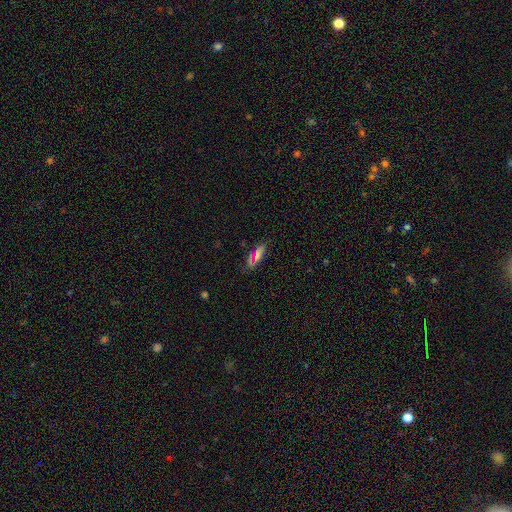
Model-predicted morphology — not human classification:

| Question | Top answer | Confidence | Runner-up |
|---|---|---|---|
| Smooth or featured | smooth | 57% | featured or disk (29%) |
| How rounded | in between | 65% | cigar-shaped (31%) |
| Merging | none | 79% | minor disturbance (15%) |